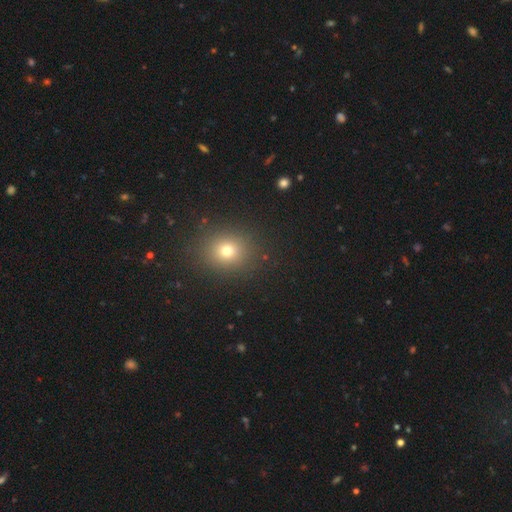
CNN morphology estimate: Smooth or featured? smooth (67%)
How rounded? round (76%)
Merging? none (91%)